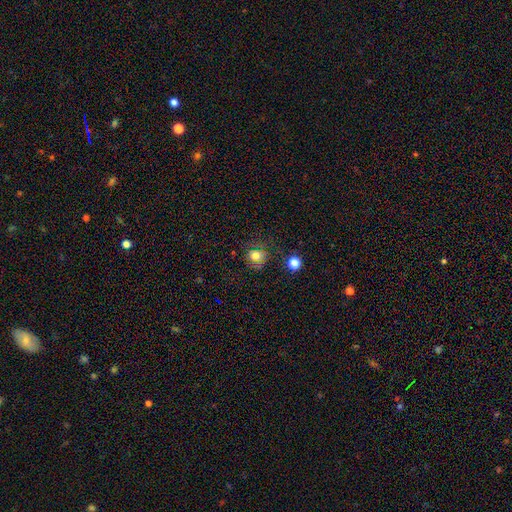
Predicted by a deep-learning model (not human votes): The model was most divided on "smooth or featured": smooth: 73%, star or artifact: 17%, featured or disk: 10%. More confident: how rounded — round (85%); merging — none (74%).